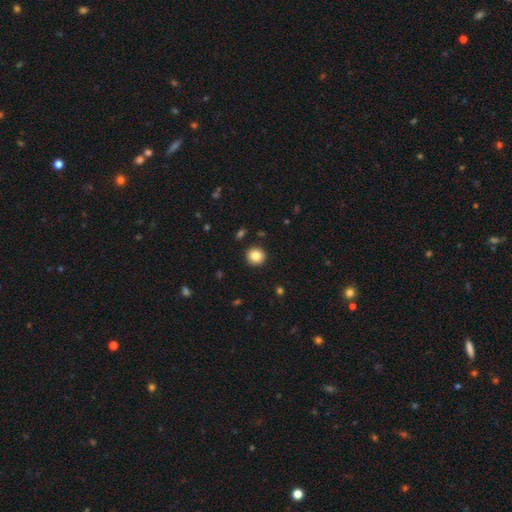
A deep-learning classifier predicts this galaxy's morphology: smooth 84%, star or artifact 10%, featured or disk 7%. Down the decision tree: how rounded — round (93%); merging — none (92%).